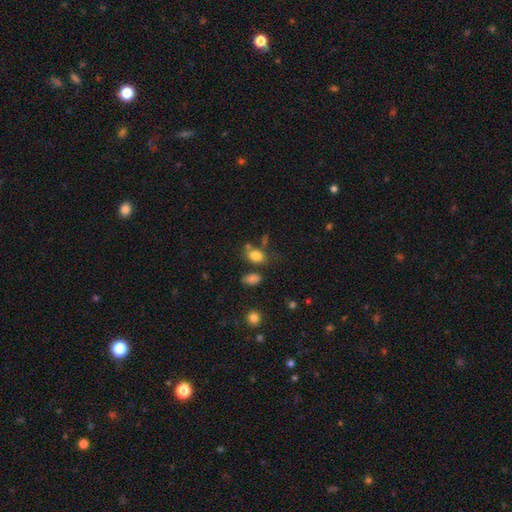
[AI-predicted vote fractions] Overall: smooth (81%). How rounded: in between (79%). Merging: none (58%; minor disturbance 18%).